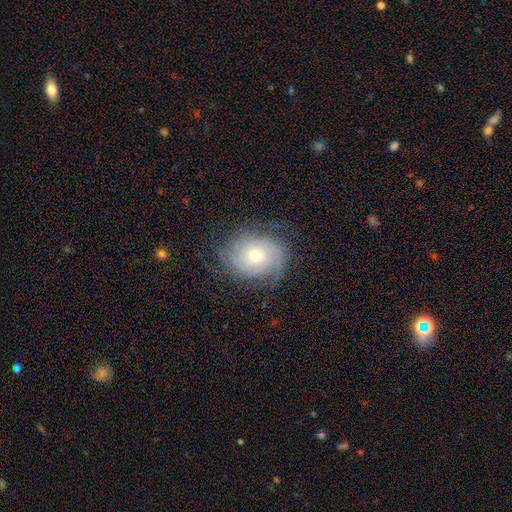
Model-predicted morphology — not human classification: A featured or disk galaxy (73%) with no bar (79%), tight (65%) spiral arms (92%) and a moderate central bulge (54%).

Vote fractions:
- Smooth or featured? featured or disk: 73% / smooth: 19% / star or artifact: 8%
- Edge-on disk? no: 97% / yes: 3%
- Bar? no: 79% / weak: 18% / strong: 3%
- Spiral arms? yes: 92% / no: 8%
- Spiral winding? tight: 65% / medium: 26% / loose: 9%
- Spiral arm count? can't tell: 37% / 2: 25% / 3: 18% / 4: 8% / 1: 6% / more than 4: 5%
- Bulge size? moderate: 54% / small: 41% / large: 3% / dominant: 1% / none: 1%
- Merging? none: 73% / minor disturbance: 18% / major disturbance: 9% / merger: 1%